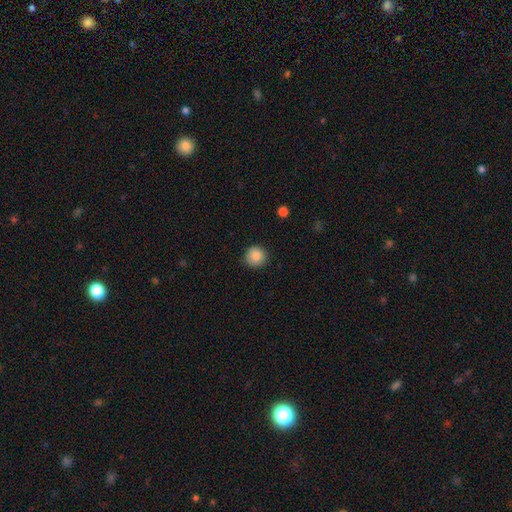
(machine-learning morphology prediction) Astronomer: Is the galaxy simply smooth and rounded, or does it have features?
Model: smooth — 86%.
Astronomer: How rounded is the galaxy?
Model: round — 93%.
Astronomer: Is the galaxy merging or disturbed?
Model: none — 88%.